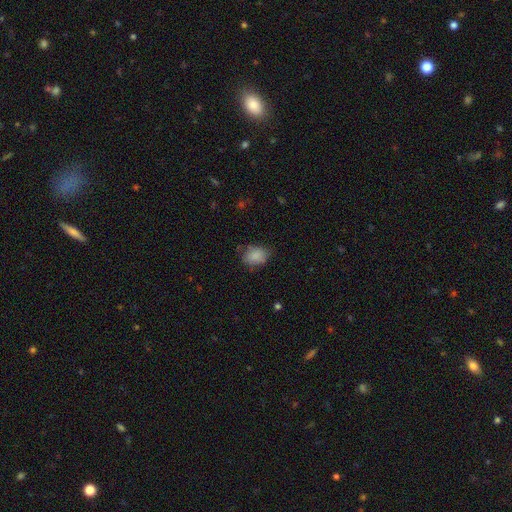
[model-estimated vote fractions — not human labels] Smooth or featured?
  - smooth: 85% *
  - star or artifact: 9%
  - featured or disk: 7%
How rounded?
  - in between: 70% *
  - round: 29%
  - cigar-shaped: 1%
Merging?
  - none: 69% *
  - minor disturbance: 23%
  - major disturbance: 6%
  - merger: 2%